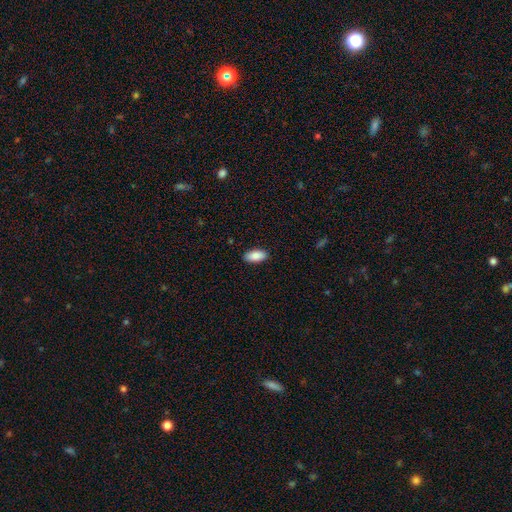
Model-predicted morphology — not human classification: A smooth galaxy with no disk features (88%) that is in between round and cigar-shaped (92%). Merging: none (89%).